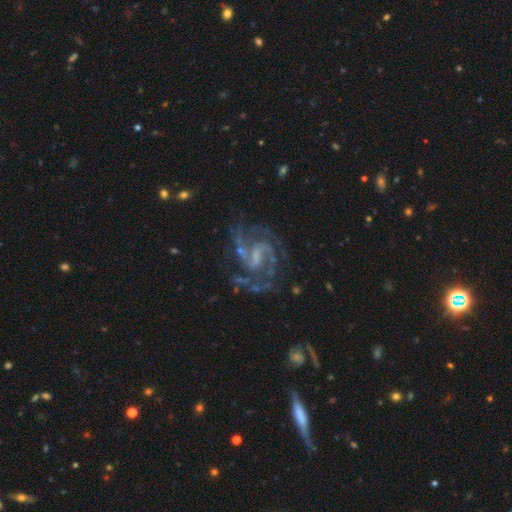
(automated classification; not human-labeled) smooth-or-featured: featured or disk: 89% | star or artifact: 7% | smooth: 4%
  disk-edge-on: no: 98% | yes: 2%
    bar: weak: 53% | strong: 28% | no: 19%
    has-spiral-arms: yes: 96% | no: 4%
      spiral-winding: medium: 55% | tight: 28% | loose: 17%
      spiral-arm-count: 2: 54% | 3: 19% | can't tell: 12% | 4: 5% | 1: 4% | more than 4: 4%
    bulge-size: none: 38% | small: 36% | moderate: 22% | large: 3% | dominant: 1%
  merging: none: 62% | minor disturbance: 17% | major disturbance: 17% | merger: 4%